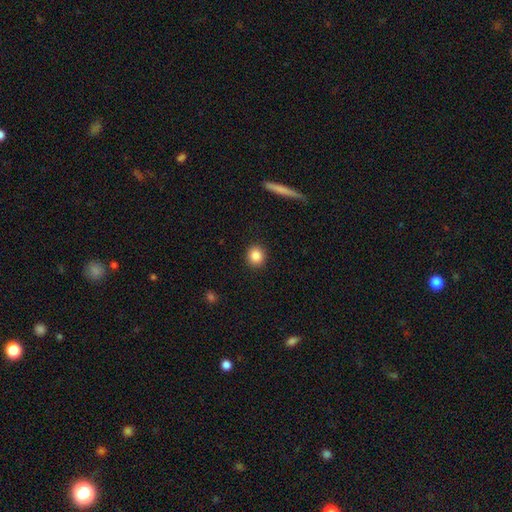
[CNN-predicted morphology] Smooth or featured: smooth — 86% (star or artifact — 9%)
How rounded: round — 88% (in between — 11%)
Merging: none — 92% (minor disturbance — 5%)